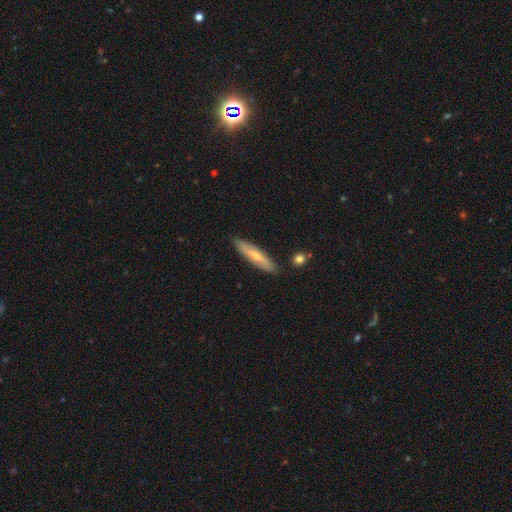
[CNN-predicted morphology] Smooth or featured? smooth (52%)
How rounded? cigar-shaped (75%)
Merging? none (85%)